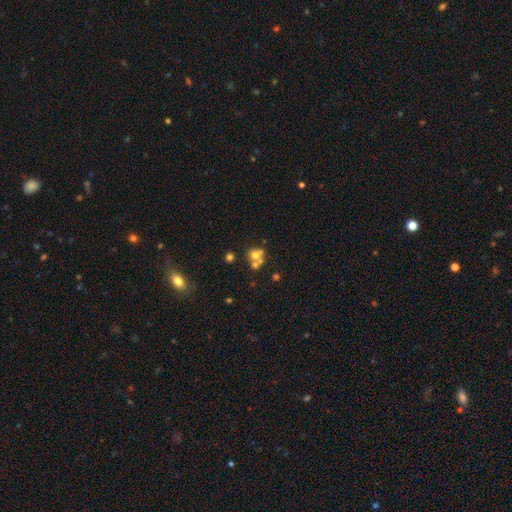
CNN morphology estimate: Smooth or featured: smooth — 60% (featured or disk — 24%)
How rounded: round — 72% (in between — 27%)
Merging: merger — 50% (none — 35%)